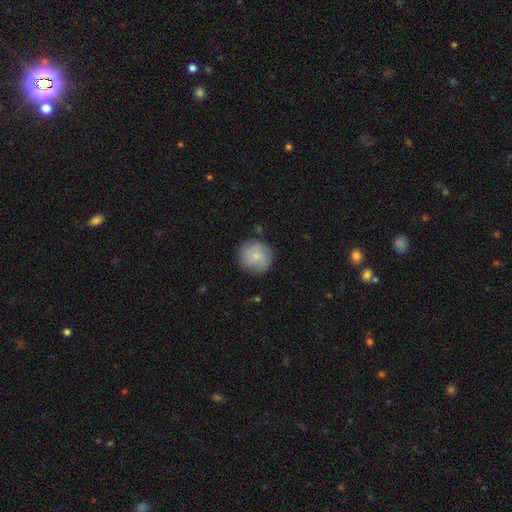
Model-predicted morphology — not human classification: A smooth galaxy with no disk features (60%) that is round (95%). Merging: none (82%).